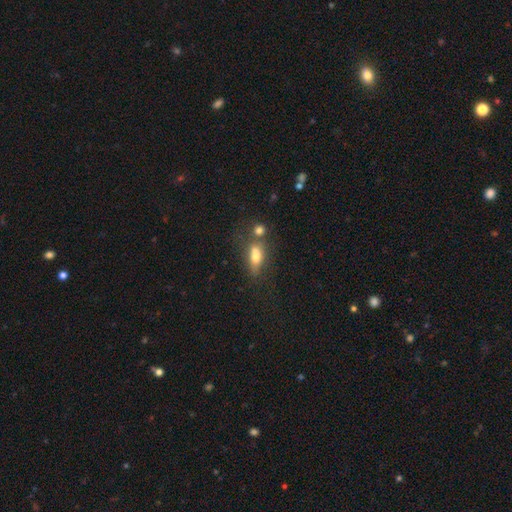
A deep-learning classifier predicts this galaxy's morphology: Smooth or featured? Predicted: smooth (p=0.67). How rounded? Predicted: in between (p=0.68). Merging? Predicted: none (p=0.44).